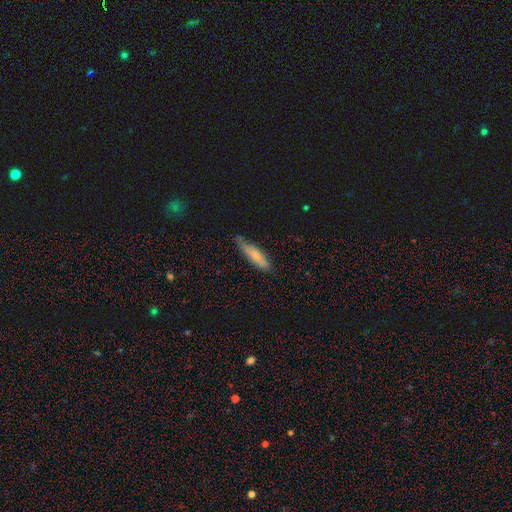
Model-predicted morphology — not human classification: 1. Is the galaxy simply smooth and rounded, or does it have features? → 67% smooth, 26% featured or disk, 6% star or artifact.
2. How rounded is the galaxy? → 74% cigar-shaped, 25% in between, 2% round.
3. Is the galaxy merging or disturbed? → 63% none, 30% minor disturbance, 5% major disturbance, 2% merger.